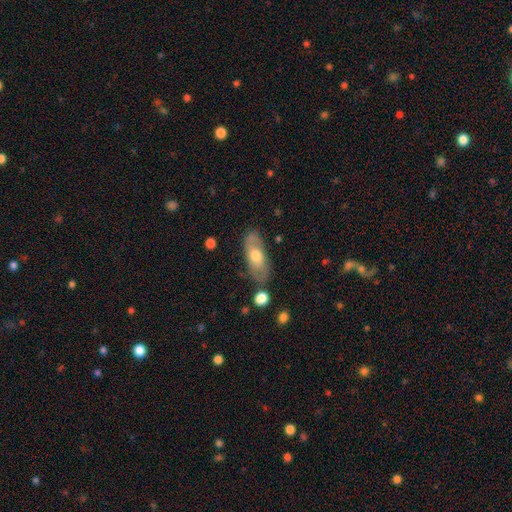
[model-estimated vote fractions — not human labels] This appears to be a smooth galaxy with no disk features (47%). Merging: none (78%).